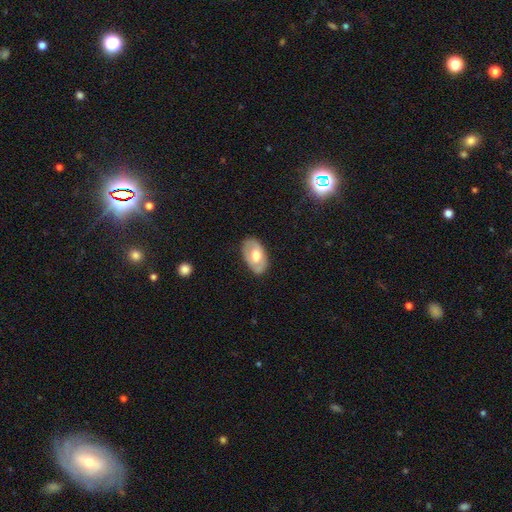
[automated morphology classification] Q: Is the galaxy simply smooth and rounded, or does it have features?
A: smooth — 52%.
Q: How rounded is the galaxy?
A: in between — 91%.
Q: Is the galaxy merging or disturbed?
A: none — 79%.